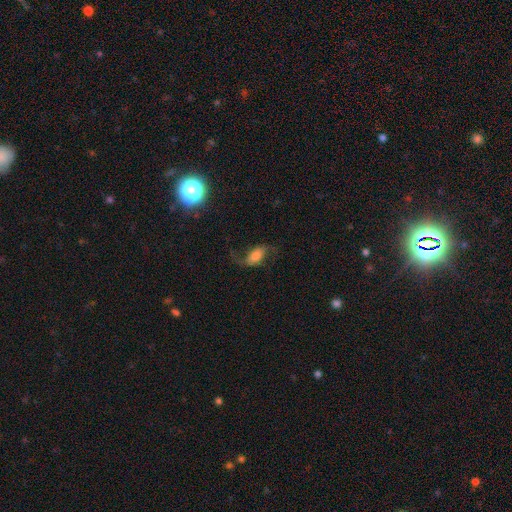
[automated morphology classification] smooth_or_featured: featured or disk (p=0.55) [alt: smooth p=0.35]
disk_edge_on: no (p=0.92) [alt: yes p=0.08]
bar: no (p=0.43) [alt: weak p=0.35]
has_spiral_arms: yes (p=0.90) [alt: no p=0.10]
bulge_size: moderate (p=0.32) [alt: large p=0.27]
merging: none (p=0.60) [alt: major disturbance p=0.19]